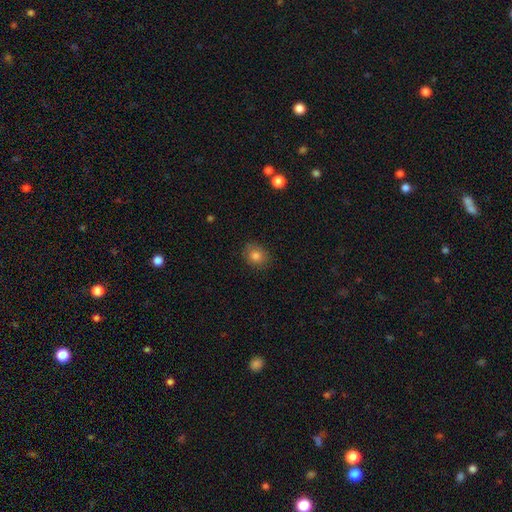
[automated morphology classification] This is clearly a smooth galaxy (83%). How rounded: likely round (60%). Merging: clearly none (83%).